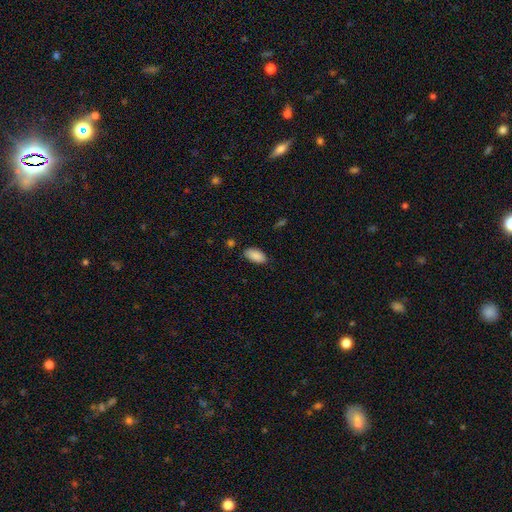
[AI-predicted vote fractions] Morphology: type=smooth (89%); roundness=in between (94%); merging=none (83%).